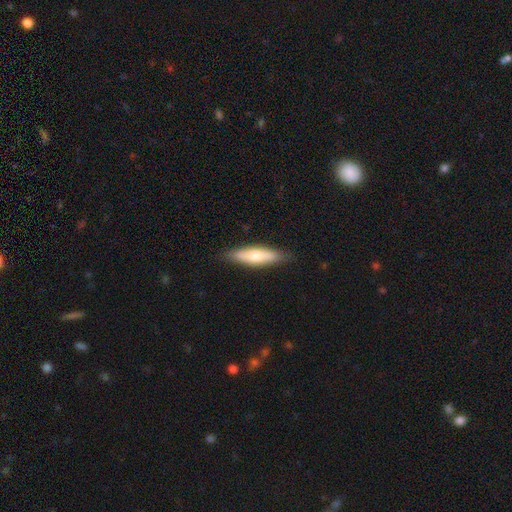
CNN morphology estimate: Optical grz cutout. It shows a smooth galaxy with no disk features (67%) that is cigar-shaped (64%). Merging: none (86%).